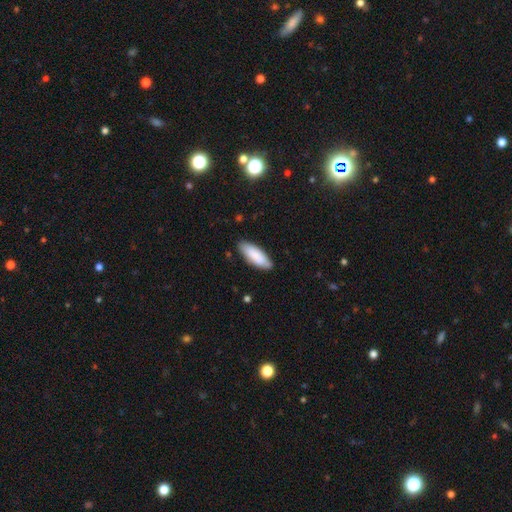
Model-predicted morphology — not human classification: type=smooth (86%); roundness=in between (69%); merging=none (84%).